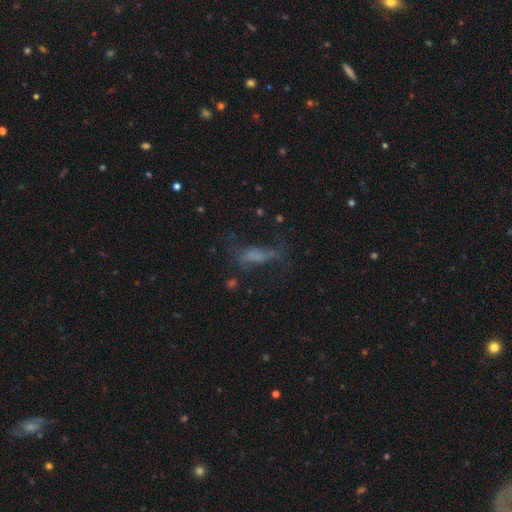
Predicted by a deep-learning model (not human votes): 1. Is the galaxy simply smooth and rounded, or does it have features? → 45% smooth, 32% featured or disk, 23% star or artifact.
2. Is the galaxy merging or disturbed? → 39% none, 36% major disturbance, 20% minor disturbance, 4% merger.